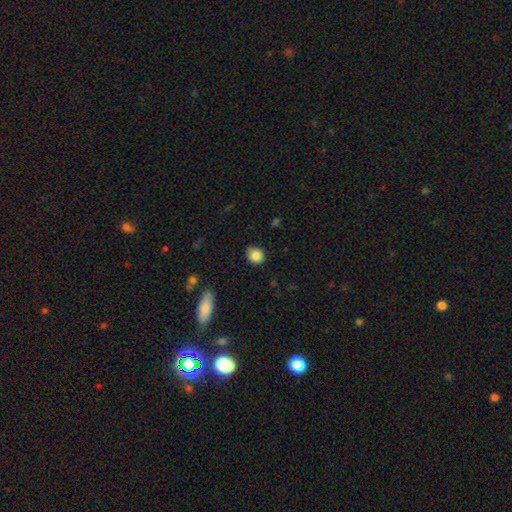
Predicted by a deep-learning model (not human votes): smooth-or-featured: smooth: 86% | star or artifact: 9% | featured or disk: 5%
  how-rounded: round: 78% | in between: 21% | cigar-shaped: 1%
  merging: none: 79% | minor disturbance: 16% | major disturbance: 3% | merger: 1%